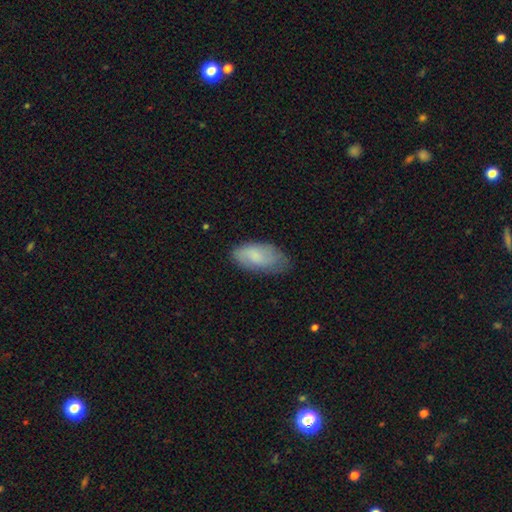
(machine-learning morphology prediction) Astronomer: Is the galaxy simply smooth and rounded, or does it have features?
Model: smooth — 75%.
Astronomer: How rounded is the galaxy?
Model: in between — 92%.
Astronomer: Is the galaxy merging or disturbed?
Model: none — 61%.